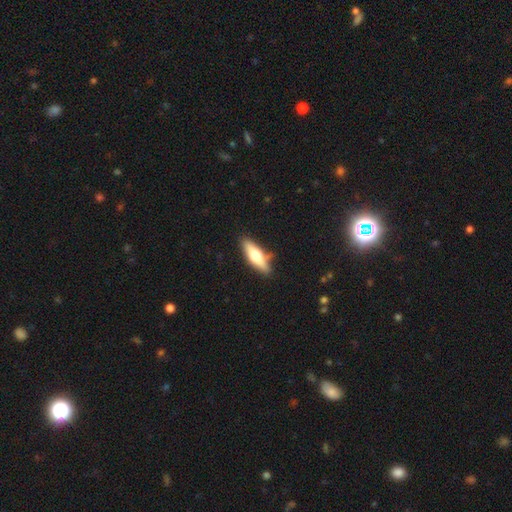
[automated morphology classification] smooth-or-featured: smooth: 54% | featured or disk: 40% | star or artifact: 6%
  how-rounded: cigar-shaped: 53% | in between: 45% | round: 2%
  merging: none: 80% | minor disturbance: 14% | major disturbance: 3% | merger: 3%